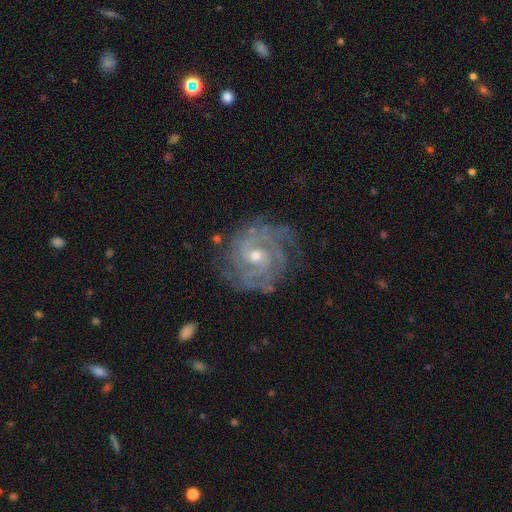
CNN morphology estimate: Smooth or featured: featured or disk — 89% (star or artifact — 6%)
Edge-on disk: no — 98% (yes — 2%)
Bar: no — 56% (weak — 36%)
Spiral arms: yes — 97% (no — 3%)
Spiral winding: tight — 69% (medium — 26%)
Spiral arm count: 2 — 34% (can't tell — 24%)
Bulge size: moderate — 52% (small — 45%)
Merging: none — 75% (minor disturbance — 17%)